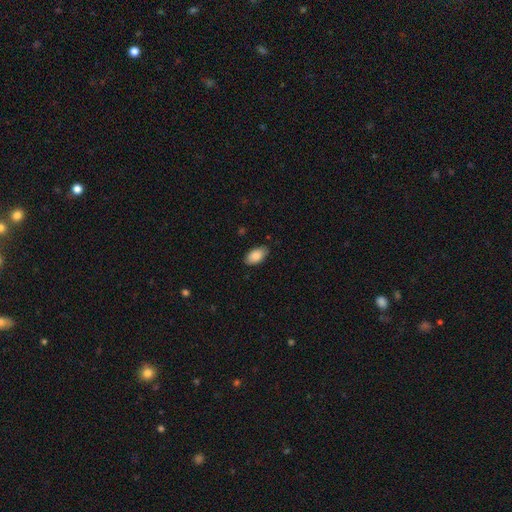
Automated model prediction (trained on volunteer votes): Overall: smooth (88%). How rounded: in between (94%). Merging: none (82%).